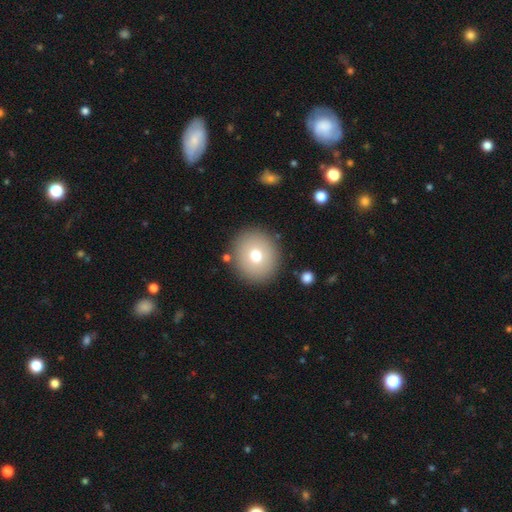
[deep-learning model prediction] A smooth galaxy with no disk features (73%) that is round (82%). Merging: none (89%).